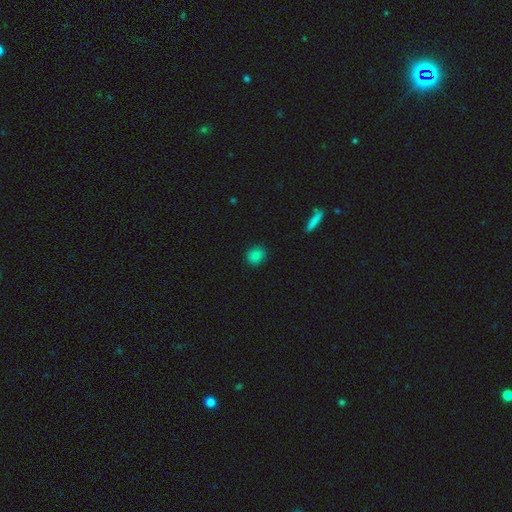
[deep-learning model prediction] smooth 84%, star or artifact 11%, featured or disk 6%. Down the decision tree: how rounded — round (83%); merging — none (88%).